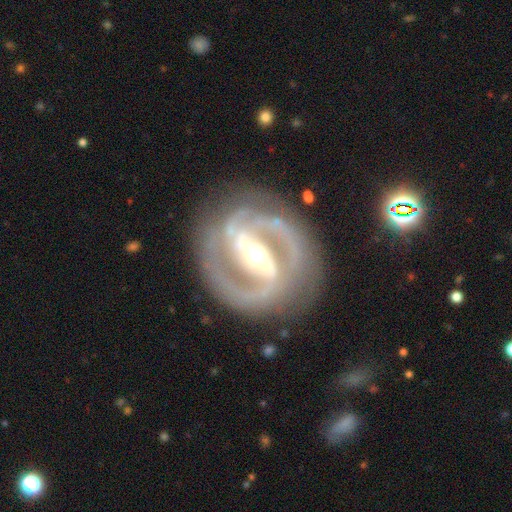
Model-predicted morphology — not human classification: Smooth or featured? Predicted: featured or disk (p=0.92). Edge-on disk? Predicted: no (p=0.96). Bar? Predicted: strong (p=0.73). Spiral arms? Predicted: yes (p=0.96). Spiral winding? Predicted: tight (p=0.47). Spiral arm count? Predicted: 2 (p=0.84). Bulge size? Predicted: moderate (p=0.65). Merging? Predicted: none (p=0.81).